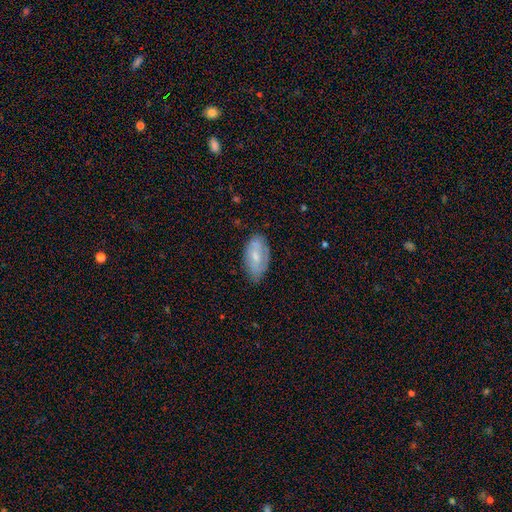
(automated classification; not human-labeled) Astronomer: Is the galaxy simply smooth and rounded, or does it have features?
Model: smooth — 55% (runner-up: featured or disk, 38%).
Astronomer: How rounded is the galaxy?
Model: in between — 92%.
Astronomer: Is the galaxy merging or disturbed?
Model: none — 68%.